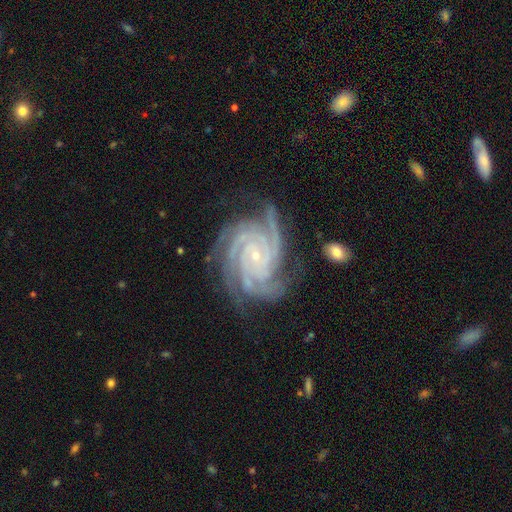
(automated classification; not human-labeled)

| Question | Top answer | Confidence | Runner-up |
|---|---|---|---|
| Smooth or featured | featured or disk | 93% | star or artifact (4%) |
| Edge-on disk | no | 98% | yes (2%) |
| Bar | no | 68% | weak (21%) |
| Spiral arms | yes | 99% | no (1%) |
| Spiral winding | tight | 78% | medium (20%) |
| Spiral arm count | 4 | 48% | 3 (22%) |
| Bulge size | small | 84% | moderate (12%) |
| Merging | none | 74% | minor disturbance (18%) |